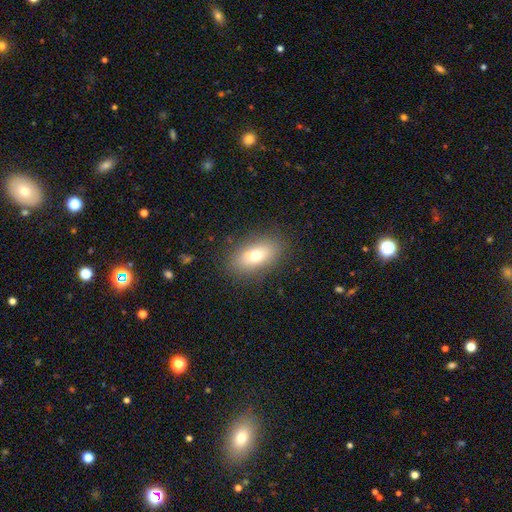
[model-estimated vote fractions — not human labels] A smooth galaxy with no disk features (66%) that is in between round and cigar-shaped (81%). Merging: none (67%).